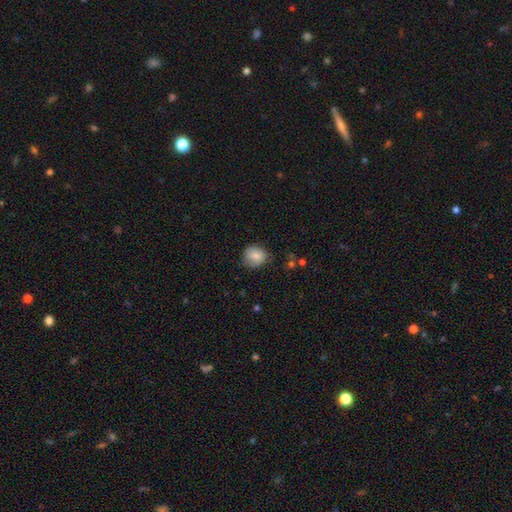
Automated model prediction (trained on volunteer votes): Smooth or featured? smooth (83%)
How rounded? round (68%)
Merging? none (69%)